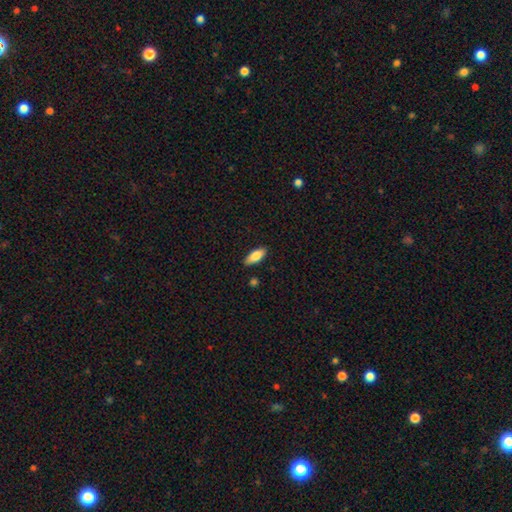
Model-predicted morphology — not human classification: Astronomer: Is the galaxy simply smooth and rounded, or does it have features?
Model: smooth — 81%.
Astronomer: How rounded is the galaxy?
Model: in between — 81%.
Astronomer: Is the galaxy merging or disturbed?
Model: none — 85%.